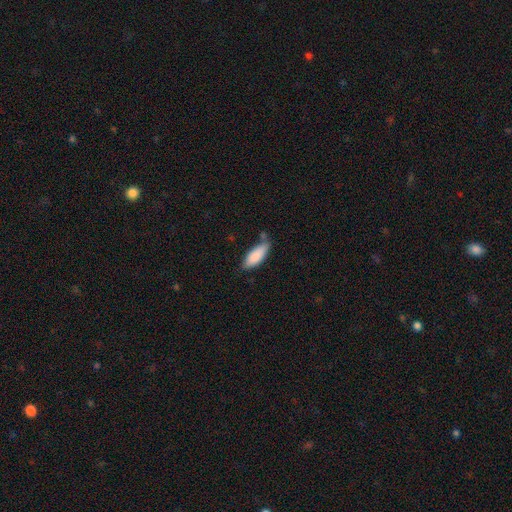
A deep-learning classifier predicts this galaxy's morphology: A smooth galaxy with no disk features (86%) that is in between round and cigar-shaped (74%). Merging: none (61%).